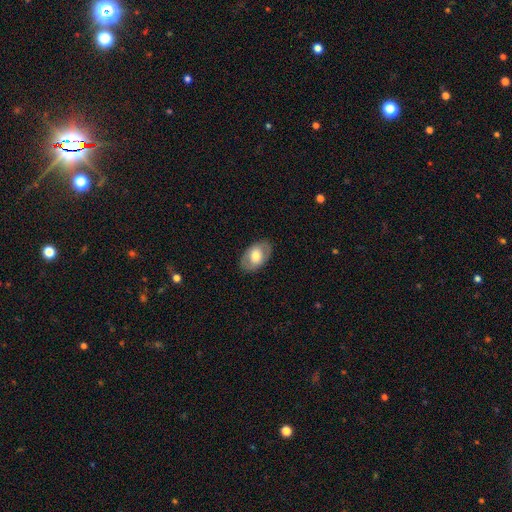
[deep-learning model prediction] A smooth galaxy with no disk features (58%) that is in between round and cigar-shaped (88%). Merging: none (84%).